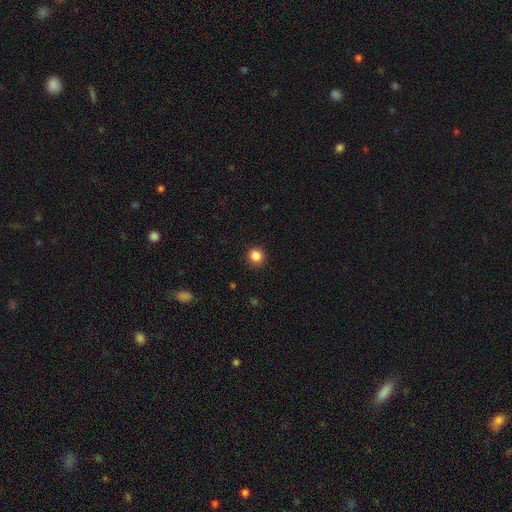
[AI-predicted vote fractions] Morphology: type=smooth (86%); roundness=round (94%); merging=none (92%).